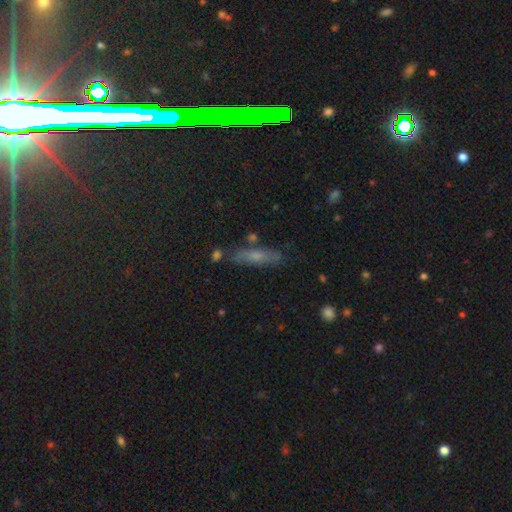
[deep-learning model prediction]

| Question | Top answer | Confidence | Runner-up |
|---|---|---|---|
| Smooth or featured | smooth | 53% | featured or disk (32%) |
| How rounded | cigar-shaped | 72% | in between (24%) |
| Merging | none | 76% | minor disturbance (15%) |